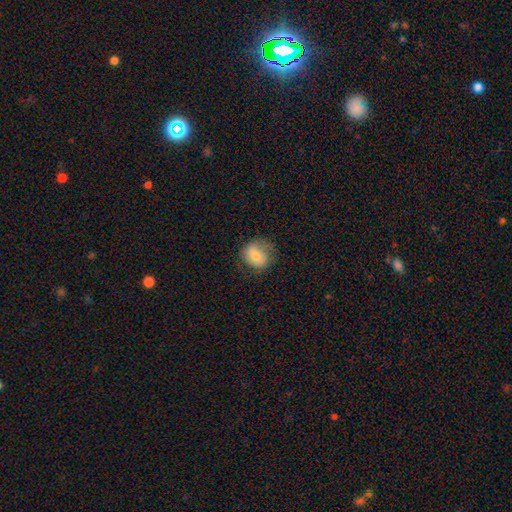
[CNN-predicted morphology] The model was most divided on "how rounded": round: 69%, in between: 30%, cigar-shaped: 1%. More confident: smooth or featured — smooth (72%); merging — none (66%).